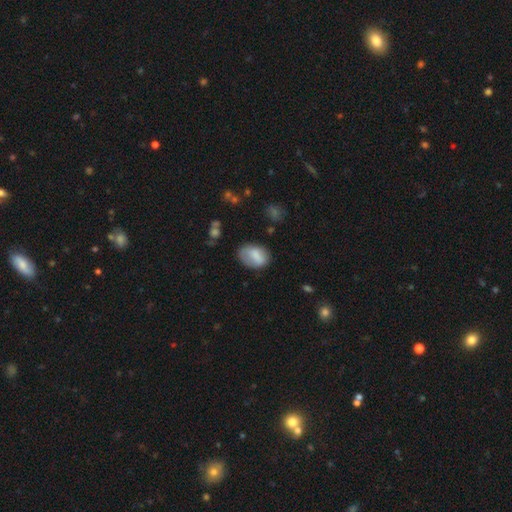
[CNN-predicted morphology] The model was most divided on "merging": none: 66%, minor disturbance: 24%, major disturbance: 8%, merger: 3%. More confident: how rounded — in between (82%); smooth or featured — smooth (75%).